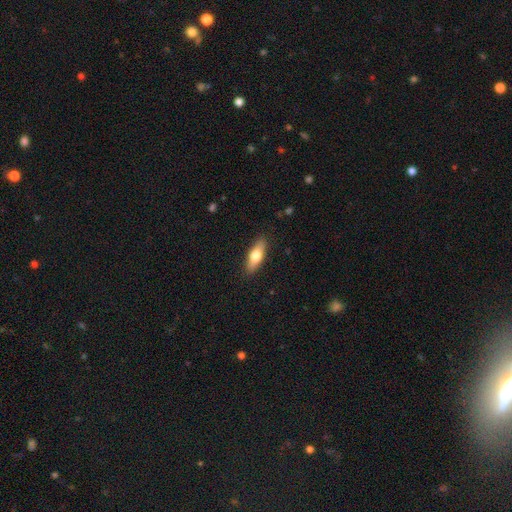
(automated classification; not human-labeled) The model was most divided on "how rounded": in between: 63%, cigar-shaped: 34%, round: 3%. More confident: merging — none (88%); smooth or featured — smooth (68%).